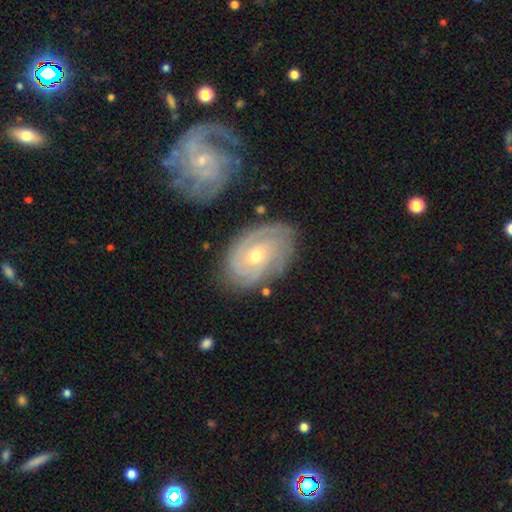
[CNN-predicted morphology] Smooth or featured?
  - featured or disk: 82% *
  - smooth: 12%
  - star or artifact: 6%
Edge-on disk?
  - no: 96% *
  - yes: 4%
Bar?
  - no: 67% *
  - weak: 27%
  - strong: 6%
Spiral arms?
  - yes: 93% *
  - no: 7%
Spiral winding?
  - tight: 72% *
  - medium: 22%
  - loose: 6%
Spiral arm count?
  - can't tell: 34% *
  - 3: 26%
  - 2: 20%
  - 4: 10%
  - 1: 5%
  - more than 4: 5%
Bulge size?
  - moderate: 56% *
  - small: 41%
  - large: 2%
  - none: 1%
  - dominant: 1%
Merging?
  - none: 75% *
  - minor disturbance: 16%
  - major disturbance: 5%
  - merger: 4%